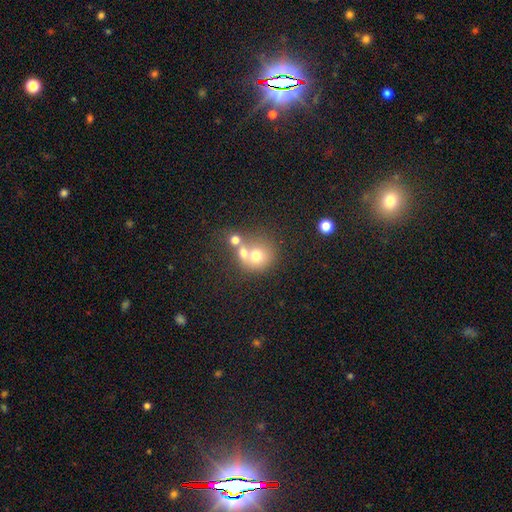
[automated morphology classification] A smooth galaxy with no disk features (66%) that is round (82%).

Vote fractions:
- Smooth or featured? smooth: 66% / featured or disk: 21% / star or artifact: 13%
- How rounded? round: 82% / in between: 17% / cigar-shaped: 1%
- Merging? merger: 51% / none: 36% / minor disturbance: 8% / major disturbance: 5%